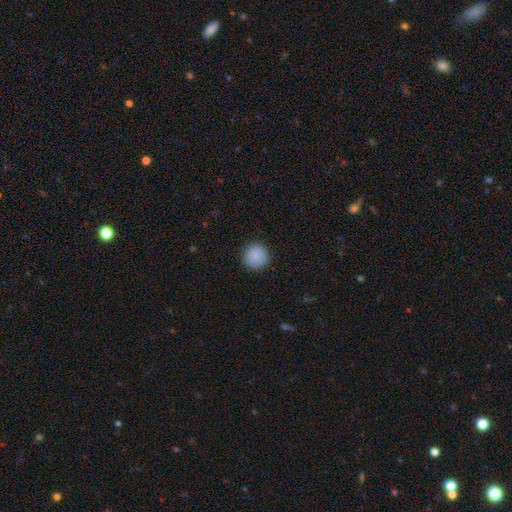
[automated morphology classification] A smooth galaxy with no disk features (88%) that is round (93%).

Vote fractions:
- Smooth or featured? smooth: 88% / star or artifact: 8% / featured or disk: 4%
- How rounded? round: 93% / in between: 6% / cigar-shaped: 1%
- Merging? none: 88% / minor disturbance: 9% / major disturbance: 2% / merger: 1%